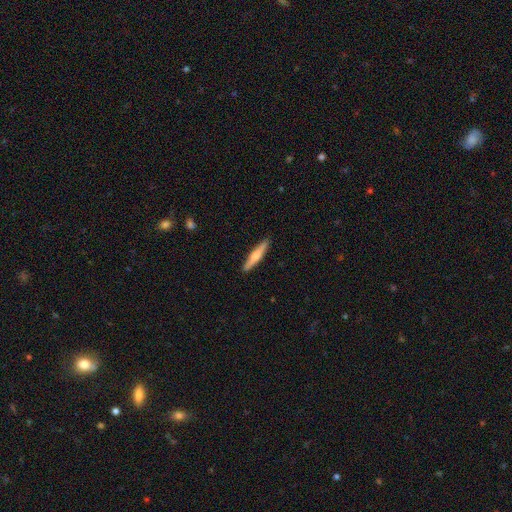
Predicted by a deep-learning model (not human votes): Smooth or featured? Predicted: smooth (p=0.51). How rounded? Predicted: cigar-shaped (p=0.90). Merging? Predicted: none (p=0.91).